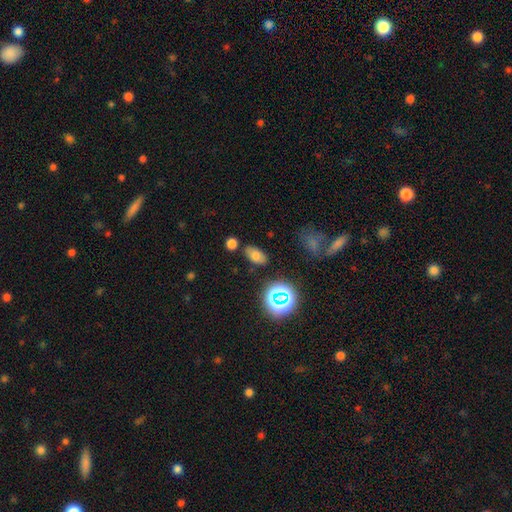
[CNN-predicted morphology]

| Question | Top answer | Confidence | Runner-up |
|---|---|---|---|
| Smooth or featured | smooth | 70% | star or artifact (19%) |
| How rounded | in between | 89% | round (8%) |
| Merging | none | 80% | minor disturbance (11%) |